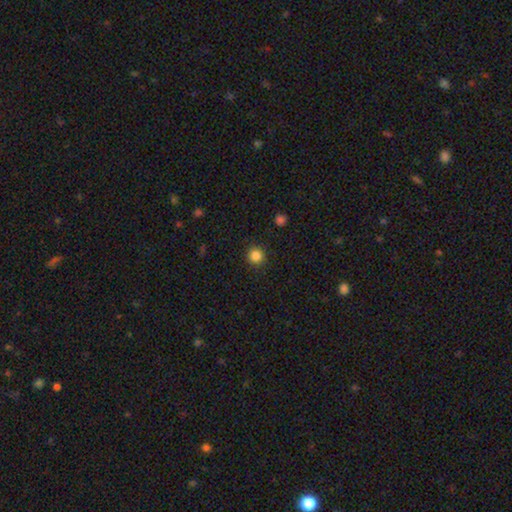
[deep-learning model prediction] smooth 85%, star or artifact 12%, featured or disk 3%. Down the decision tree: how rounded — round (94%); merging — none (91%).